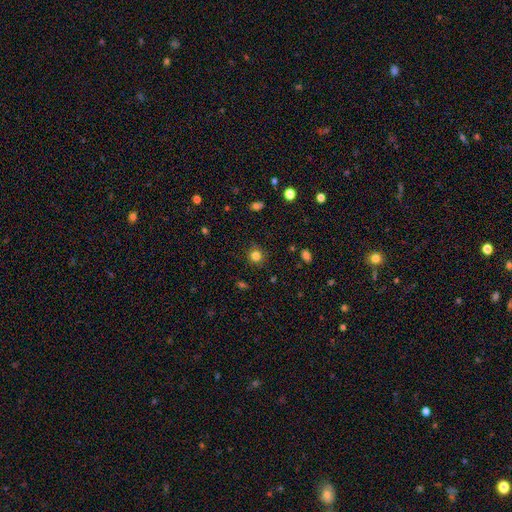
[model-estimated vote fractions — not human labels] Smooth or featured: smooth — 82% (star or artifact — 13%)
How rounded: round — 91% (in between — 8%)
Merging: none — 86% (minor disturbance — 9%)